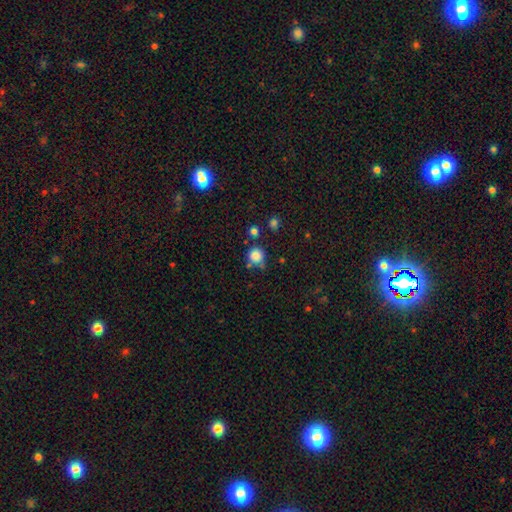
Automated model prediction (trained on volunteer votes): The model was most divided on "merging": none: 66%, minor disturbance: 17%, merger: 11%, major disturbance: 5%. More confident: how rounded — round (90%); smooth or featured — smooth (83%).